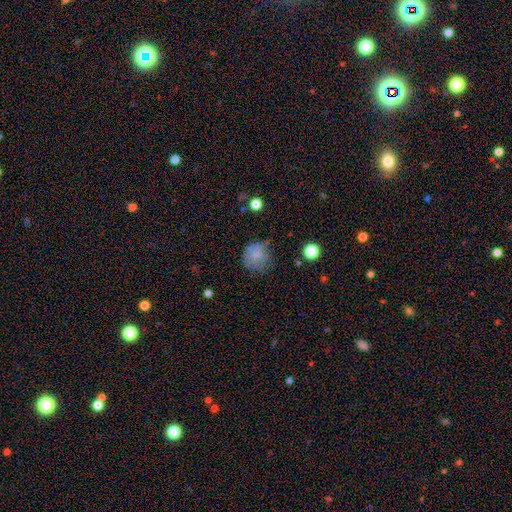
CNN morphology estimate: Overall: smooth (67%). How rounded: round (82%). Merging: none (55%; minor disturbance 26%).